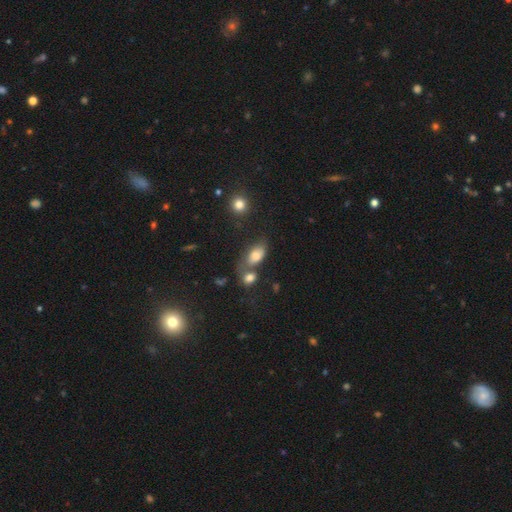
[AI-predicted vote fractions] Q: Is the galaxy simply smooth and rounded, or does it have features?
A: smooth — 71%.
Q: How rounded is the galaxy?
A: in between — 86%.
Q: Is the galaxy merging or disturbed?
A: none — 38%.